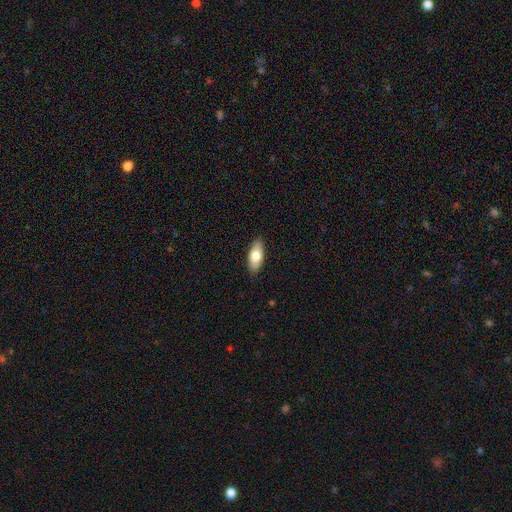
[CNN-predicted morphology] smooth 74%, featured or disk 19%, star or artifact 6%. Down the decision tree: how rounded — in between (82%); merging — none (89%).